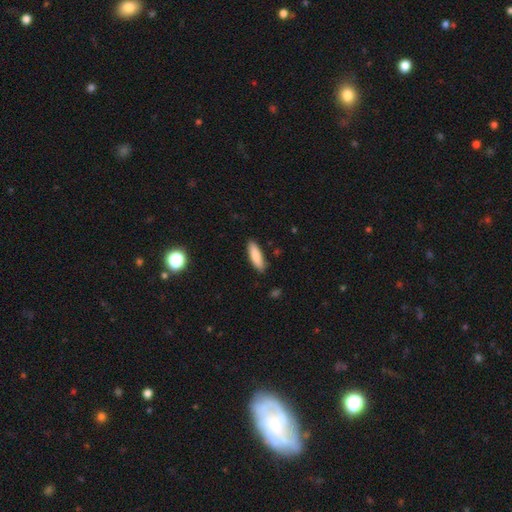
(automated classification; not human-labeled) The model was most divided on "how rounded": cigar-shaped: 57%, in between: 42%, round: 1%. More confident: merging — none (87%); smooth or featured — smooth (85%).